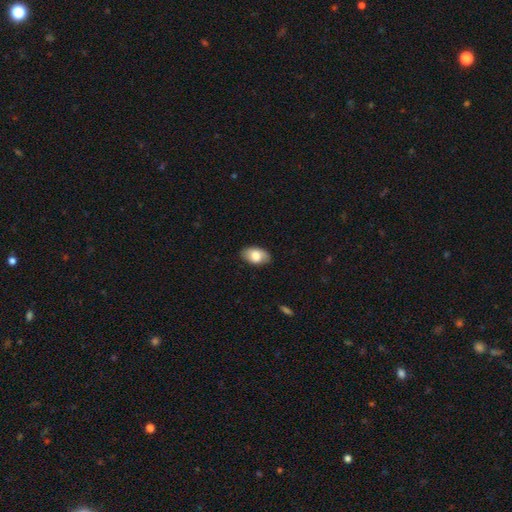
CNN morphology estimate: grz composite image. It shows a smooth galaxy with no disk features (79%) that is in between round and cigar-shaped (92%). Merging: none (86%).